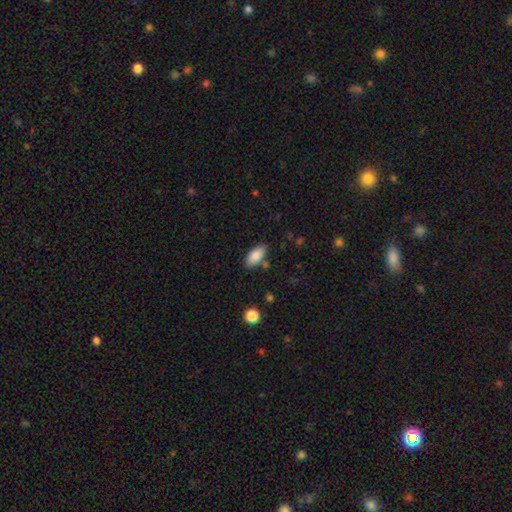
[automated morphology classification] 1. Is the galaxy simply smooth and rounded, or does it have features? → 86% smooth, 7% featured or disk, 7% star or artifact.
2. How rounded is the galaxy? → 90% in between, 7% cigar-shaped, 2% round.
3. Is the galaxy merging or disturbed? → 80% none, 12% minor disturbance, 5% merger, 3% major disturbance.